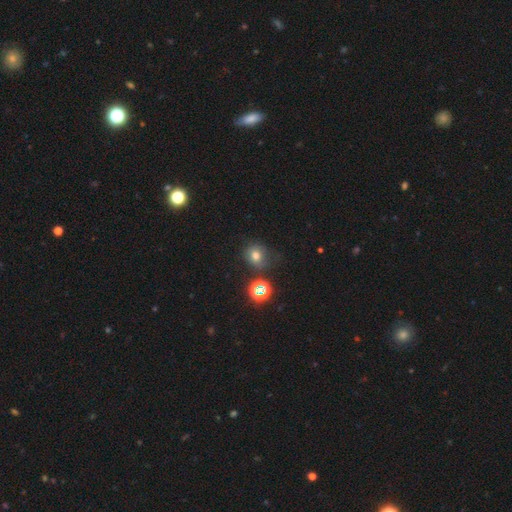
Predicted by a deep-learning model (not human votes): Morphology: type=smooth (69%); roundness=round (76%); merging=none (71%).